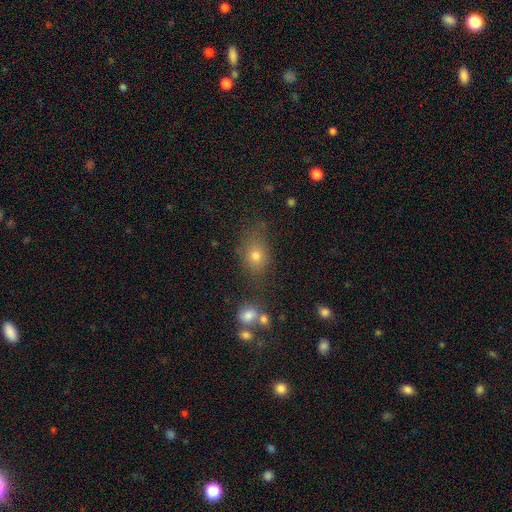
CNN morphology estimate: Smooth or featured? smooth (73%)
How rounded? in between (60%)
Merging? none (68%)